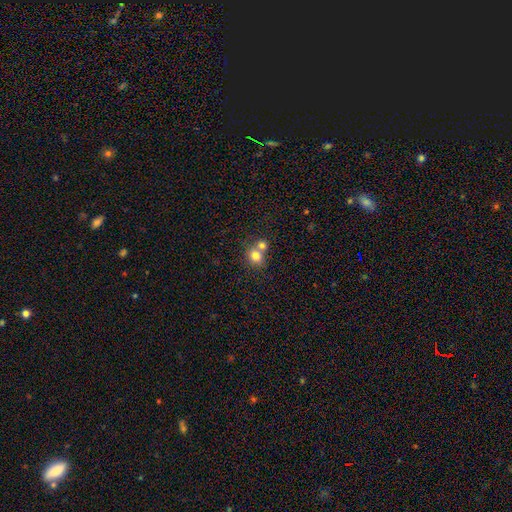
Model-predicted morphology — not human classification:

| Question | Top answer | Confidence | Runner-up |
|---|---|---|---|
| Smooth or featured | smooth | 78% | featured or disk (11%) |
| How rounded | round | 77% | in between (23%) |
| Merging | merger | 51% | none (40%) |